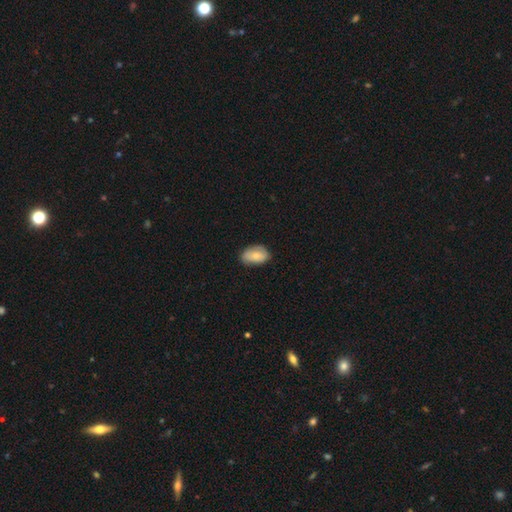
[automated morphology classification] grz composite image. It shows a smooth galaxy with no disk features (74%) that is in between round and cigar-shaped (89%). Merging: none (68%).